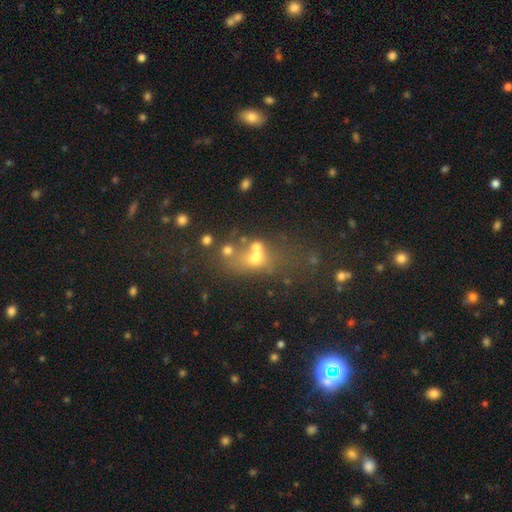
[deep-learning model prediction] smooth_or_featured: smooth (p=0.44) [alt: featured or disk p=0.31]
merging: merger (p=0.42) [alt: none p=0.29]